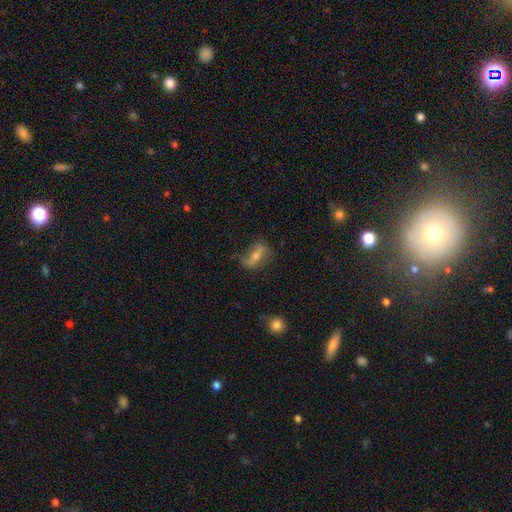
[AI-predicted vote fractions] Smooth or featured?
  - featured or disk: 50% *
  - smooth: 41%
  - star or artifact: 9%
Edge-on disk?
  - no: 77% *
  - yes: 23%
Merging?
  - none: 67% *
  - minor disturbance: 21%
  - major disturbance: 10%
  - merger: 2%